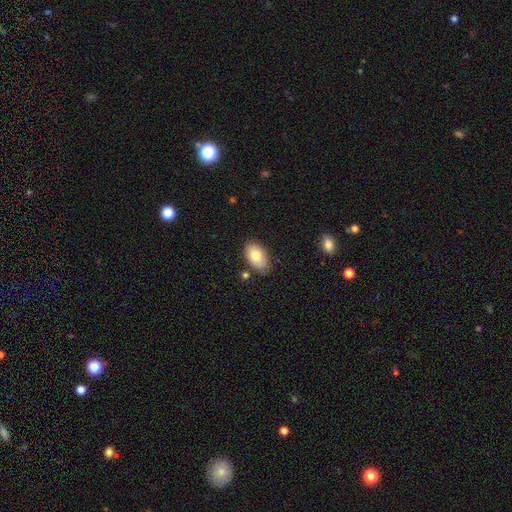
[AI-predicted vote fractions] Q: Smooth or featured?
A: smooth (78%); runner-up: featured or disk (15%)
Q: How rounded?
A: in between (91%); runner-up: round (7%)
Q: Merging?
A: none (82%); runner-up: minor disturbance (12%)